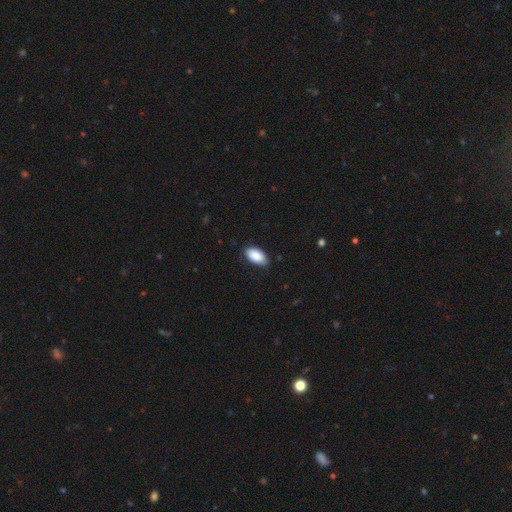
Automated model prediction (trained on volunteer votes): The model was most divided on "merging": none: 78%, minor disturbance: 18%, major disturbance: 3%, merger: 1%. More confident: how rounded — in between (95%); smooth or featured — smooth (88%).